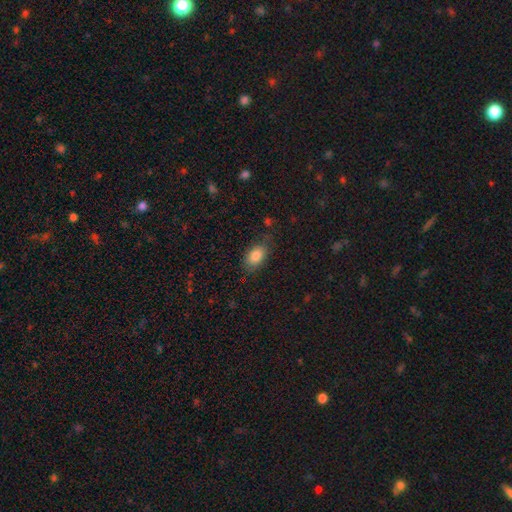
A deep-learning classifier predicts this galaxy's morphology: type=smooth (84%); roundness=in between (88%); merging=none (75%).